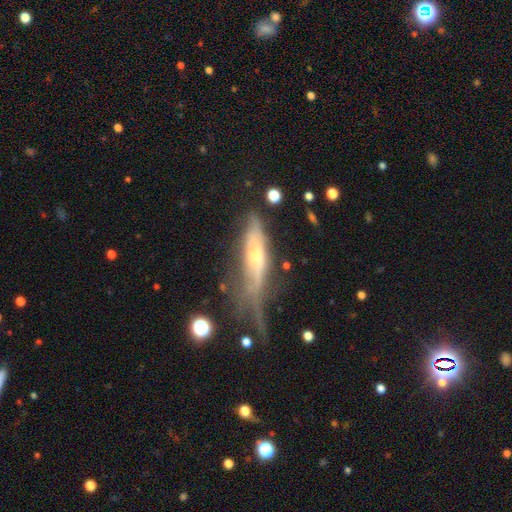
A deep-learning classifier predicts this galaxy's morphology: This is likely a featured or disk galaxy (61%). It is likely viewed edge-on (61%). Merging: marginally major disturbance (38%).